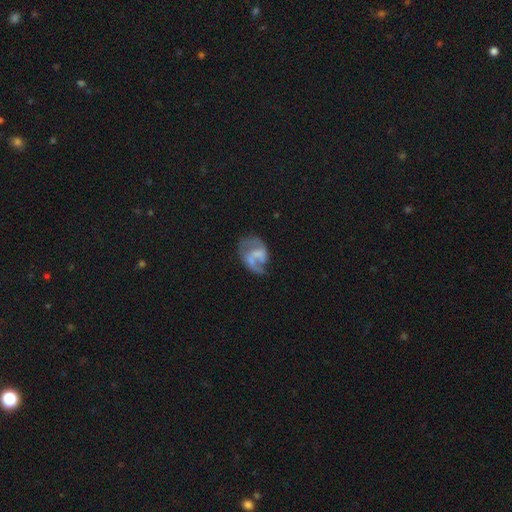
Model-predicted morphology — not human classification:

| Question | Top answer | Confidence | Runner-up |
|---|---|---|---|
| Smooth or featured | featured or disk | 64% | smooth (27%) |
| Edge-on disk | no | 98% | yes (2%) |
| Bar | no | 51% | weak (36%) |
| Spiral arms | yes | 67% | no (33%) |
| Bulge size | none | 52% | small (21%) |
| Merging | none | 39% | major disturbance (30%) |